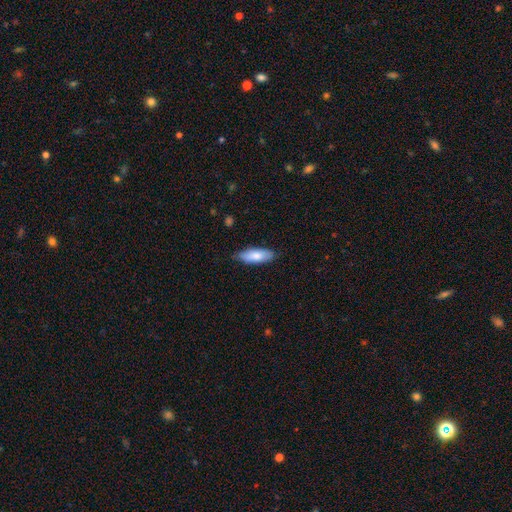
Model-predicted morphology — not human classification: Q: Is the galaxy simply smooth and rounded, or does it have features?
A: smooth — 80%.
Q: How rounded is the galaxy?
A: in between — 67%.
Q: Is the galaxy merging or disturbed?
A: none — 80%.